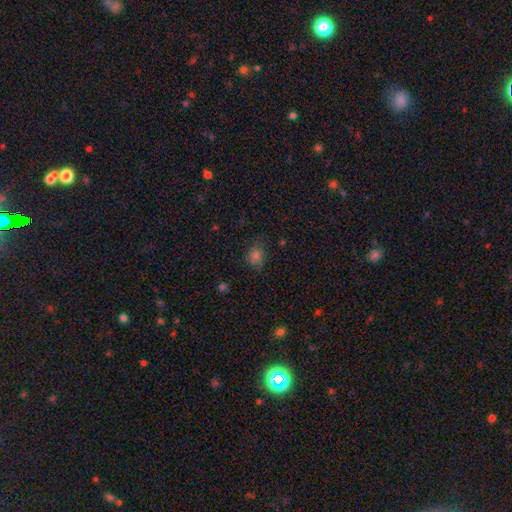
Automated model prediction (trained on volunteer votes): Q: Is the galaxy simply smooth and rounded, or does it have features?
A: smooth — 74%.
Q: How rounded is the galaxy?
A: round — 67%.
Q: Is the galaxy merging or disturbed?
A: none — 74%.